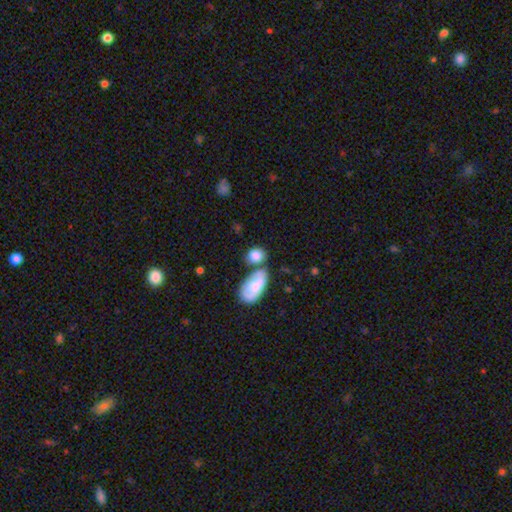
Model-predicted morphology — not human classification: Q: Smooth or featured?
A: smooth (83%); runner-up: featured or disk (10%)
Q: How rounded?
A: in between (53%); runner-up: round (44%)
Q: Merging?
A: none (50%); runner-up: merger (29%)